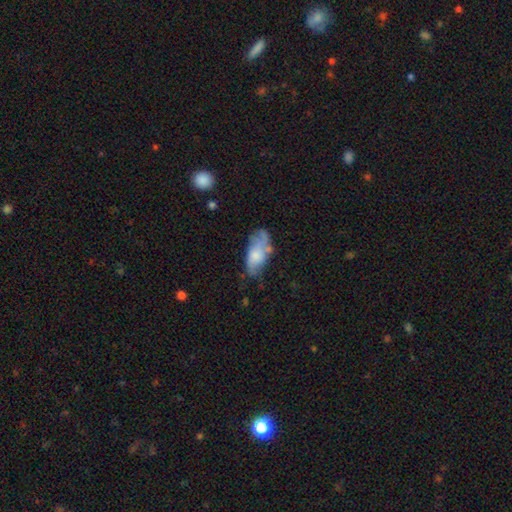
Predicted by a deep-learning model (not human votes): Smooth or featured? Predicted: smooth (p=0.62). How rounded? Predicted: in between (p=0.90). Merging? Predicted: none (p=0.40).